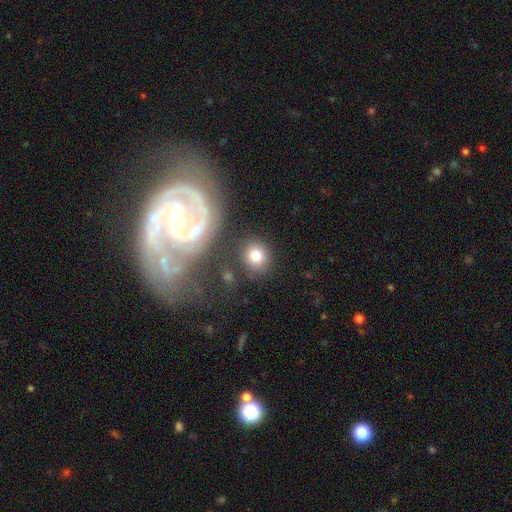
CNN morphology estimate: Smooth or featured? Predicted: smooth (p=0.77). How rounded? Predicted: round (p=0.81). Merging? Predicted: none (p=0.77).